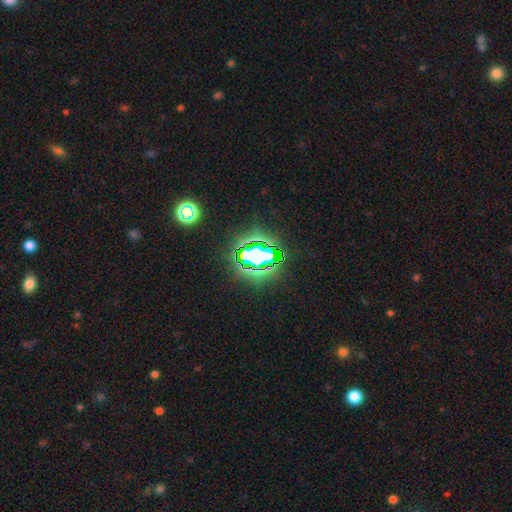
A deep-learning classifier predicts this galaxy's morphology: Smooth or featured?
  - star or artifact: 68% *
  - smooth: 19%
  - featured or disk: 12%